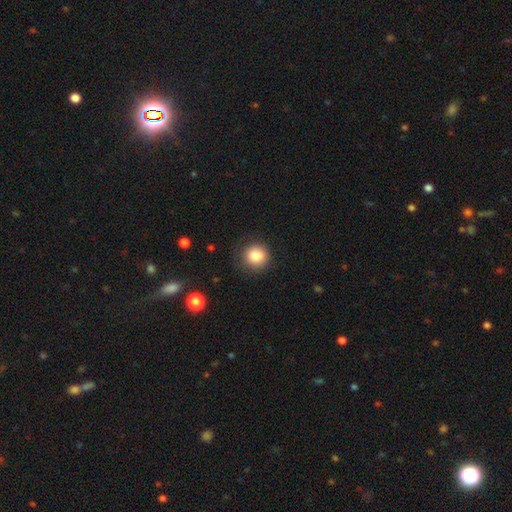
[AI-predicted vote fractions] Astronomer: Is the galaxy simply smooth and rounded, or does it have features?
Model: smooth — 85%.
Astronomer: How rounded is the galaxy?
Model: round — 89%.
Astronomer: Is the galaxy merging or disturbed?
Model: none — 81%.